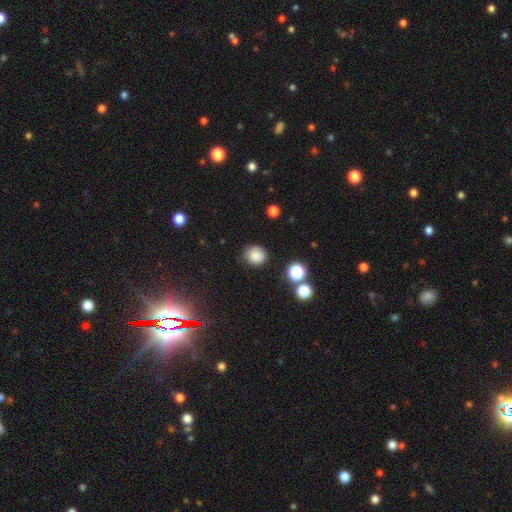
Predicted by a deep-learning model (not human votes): smooth-or-featured: smooth: 83% | star or artifact: 11% | featured or disk: 6%
  how-rounded: round: 81% | in between: 18% | cigar-shaped: 1%
  merging: none: 80% | minor disturbance: 14% | major disturbance: 4% | merger: 3%